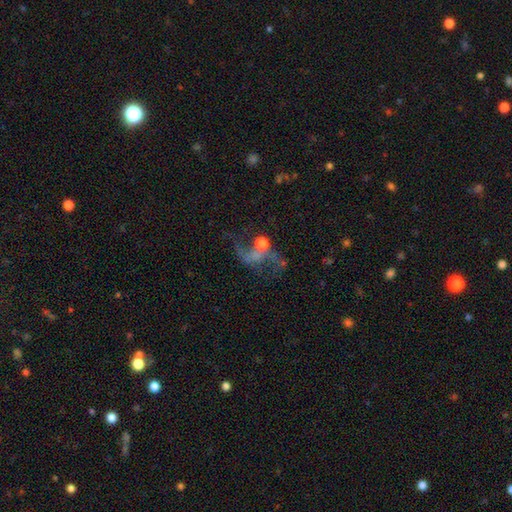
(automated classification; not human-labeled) This appears to be a featured or disk galaxy (64%) with no bar (67%), spiral arms (74%) and a moderate central bulge (35%). Merging: none (42%).